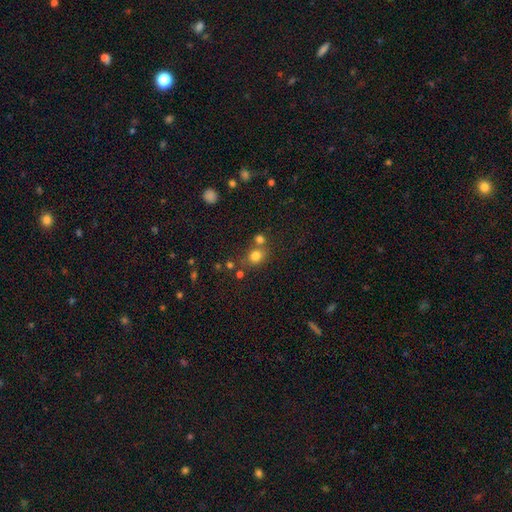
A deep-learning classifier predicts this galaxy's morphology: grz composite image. It shows a smooth galaxy with no disk features (78%) that is round (68%). Merging: none (59%).